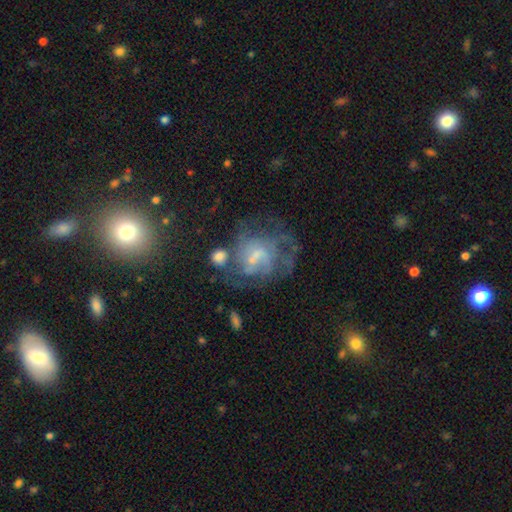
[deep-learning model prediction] Q: Smooth or featured?
A: featured or disk (66%); runner-up: smooth (21%)
Q: Edge-on disk?
A: no (98%); runner-up: yes (2%)
Q: Bar?
A: no (52%); runner-up: weak (40%)
Q: Spiral arms?
A: yes (66%); runner-up: no (34%)
Q: Bulge size?
A: small (49%); runner-up: none (24%)
Q: Merging?
A: none (42%); runner-up: major disturbance (28%)